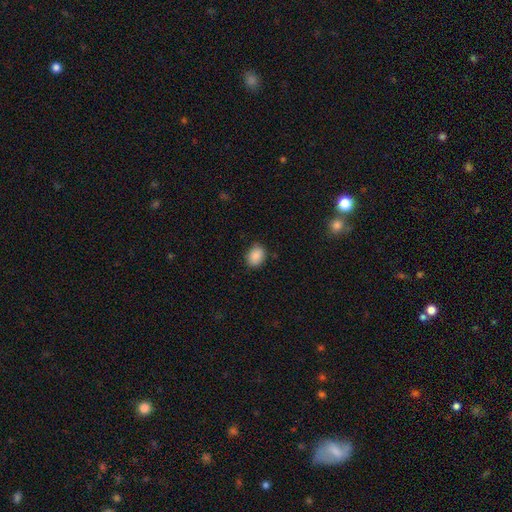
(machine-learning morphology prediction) Smooth or featured? Predicted: smooth (p=0.88). How rounded? Predicted: in between (p=0.62). Merging? Predicted: none (p=0.84).